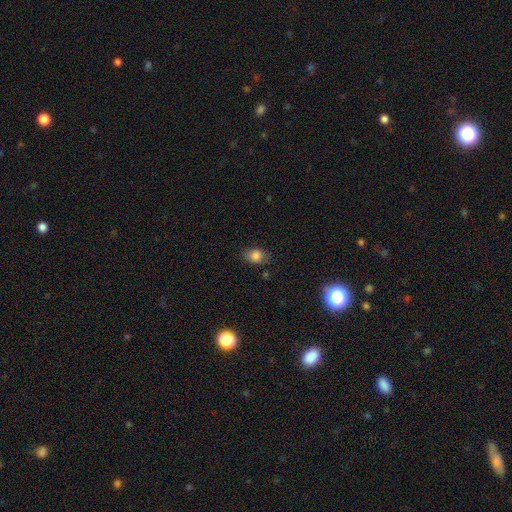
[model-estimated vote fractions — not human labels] The model was most divided on "how rounded": in between: 65%, round: 34%, cigar-shaped: 2%. More confident: smooth or featured — smooth (83%); merging — none (76%).